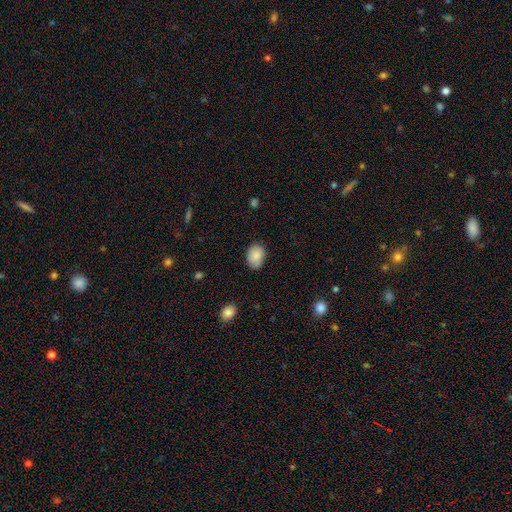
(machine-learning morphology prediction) Smooth or featured? Predicted: smooth (p=0.88). How rounded? Predicted: in between (p=0.73). Merging? Predicted: none (p=0.80).